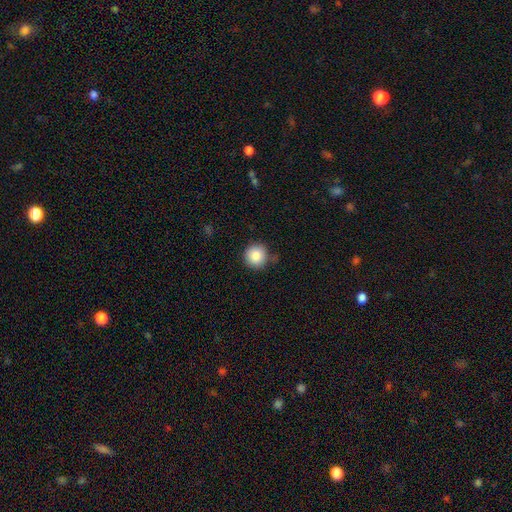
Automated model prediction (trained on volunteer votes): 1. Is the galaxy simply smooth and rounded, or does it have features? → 87% smooth, 9% star or artifact, 4% featured or disk.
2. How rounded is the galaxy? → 95% round, 4% in between, 1% cigar-shaped.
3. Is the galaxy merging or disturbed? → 82% none, 12% minor disturbance, 3% major disturbance, 2% merger.